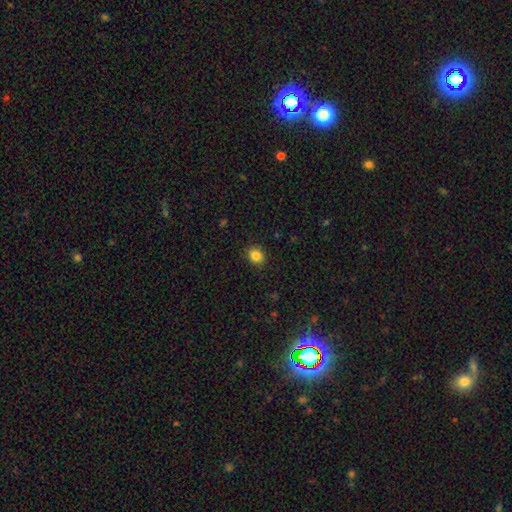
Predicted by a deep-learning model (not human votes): A smooth galaxy with no disk features (85%) that is round (59%). Merging: none (89%).